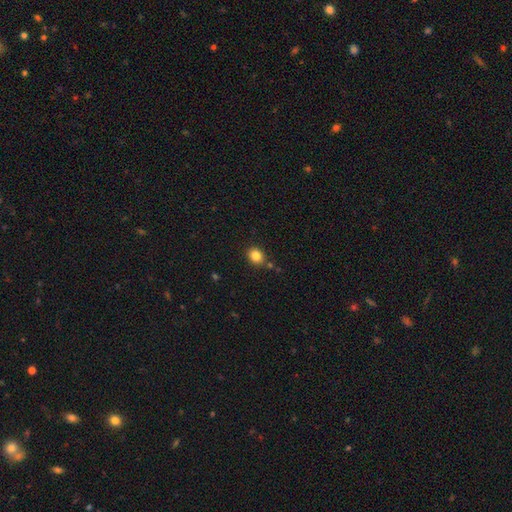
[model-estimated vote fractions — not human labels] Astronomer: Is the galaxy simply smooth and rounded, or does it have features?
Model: smooth — 83%.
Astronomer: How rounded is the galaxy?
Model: round — 65%.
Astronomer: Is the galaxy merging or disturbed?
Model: none — 83%.